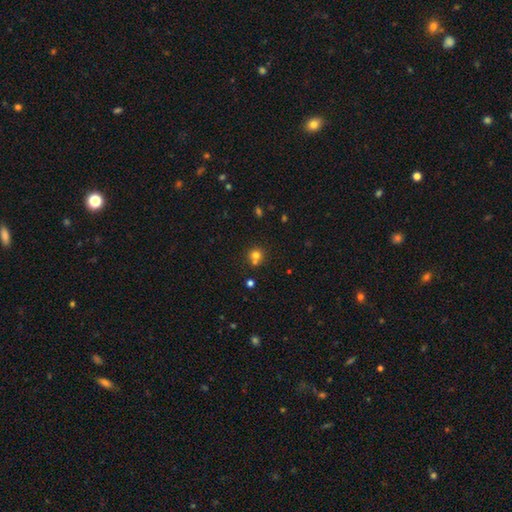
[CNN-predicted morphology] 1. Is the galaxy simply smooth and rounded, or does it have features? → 73% smooth, 16% star or artifact, 11% featured or disk.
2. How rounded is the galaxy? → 88% round, 11% in between, 1% cigar-shaped.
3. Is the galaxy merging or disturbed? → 56% none, 31% merger, 9% minor disturbance, 3% major disturbance.